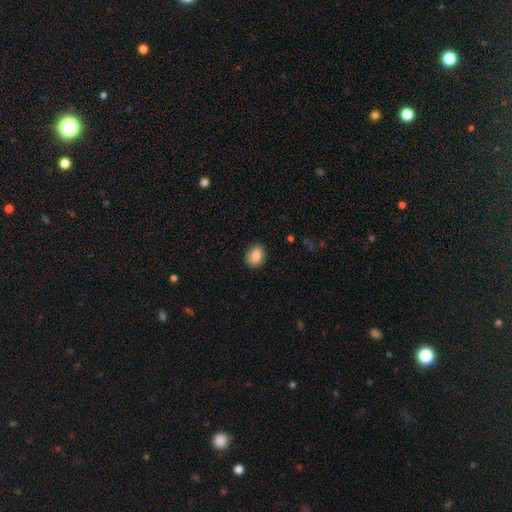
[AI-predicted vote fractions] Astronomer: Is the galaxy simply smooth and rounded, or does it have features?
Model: smooth — 85%.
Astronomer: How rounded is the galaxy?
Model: round — 54% (runner-up: in between, 45%).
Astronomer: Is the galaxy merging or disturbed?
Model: none — 87%.